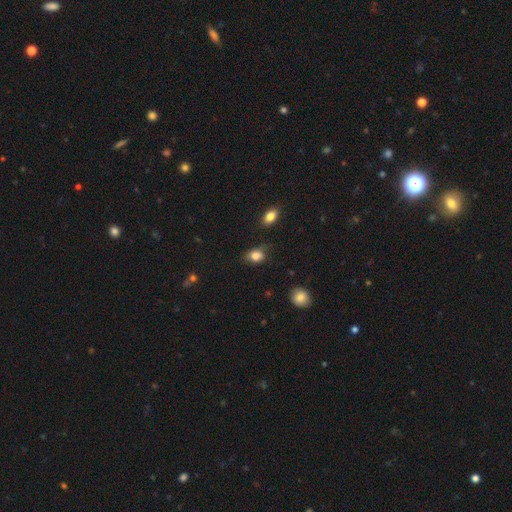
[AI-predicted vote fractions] The model was most divided on "how rounded": in between: 70%, round: 29%, cigar-shaped: 2%. More confident: smooth or featured — smooth (84%); merging — none (68%).